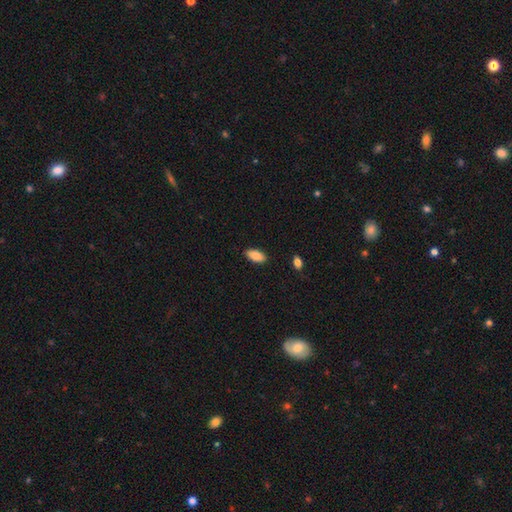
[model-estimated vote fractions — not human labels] Smooth or featured? smooth (88%)
How rounded? in between (90%)
Merging? none (87%)